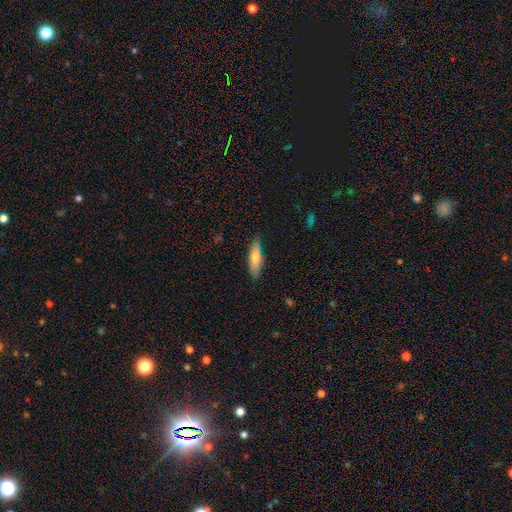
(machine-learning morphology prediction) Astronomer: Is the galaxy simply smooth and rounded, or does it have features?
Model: smooth — 65%.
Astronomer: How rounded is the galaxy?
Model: cigar-shaped — 66%.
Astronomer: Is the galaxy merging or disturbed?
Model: none — 84%.